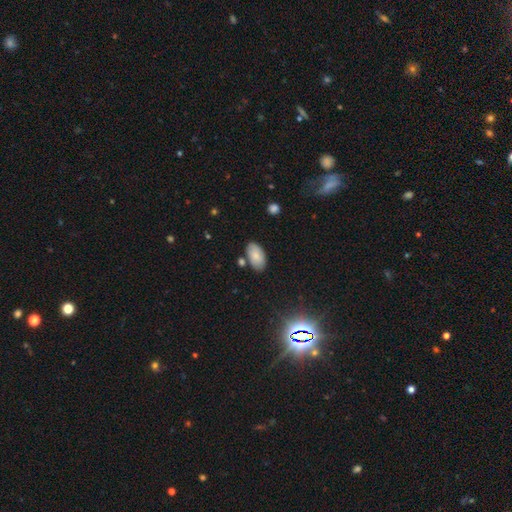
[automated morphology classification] Smooth or featured? smooth (82%)
How rounded? in between (95%)
Merging? none (78%)